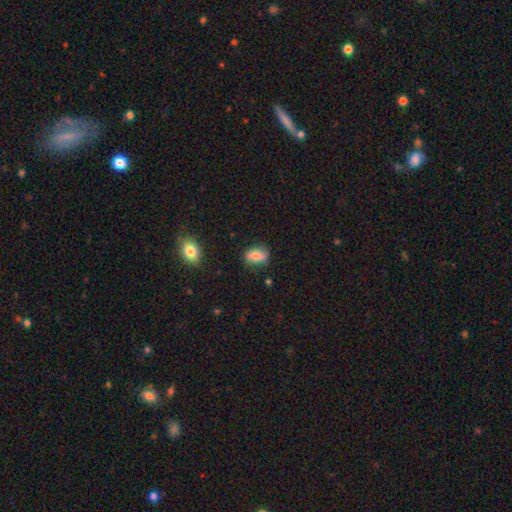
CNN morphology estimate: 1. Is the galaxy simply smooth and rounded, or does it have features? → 67% smooth, 25% featured or disk, 9% star or artifact.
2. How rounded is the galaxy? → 83% in between, 13% round, 4% cigar-shaped.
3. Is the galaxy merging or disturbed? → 72% none, 21% minor disturbance, 5% major disturbance, 2% merger.